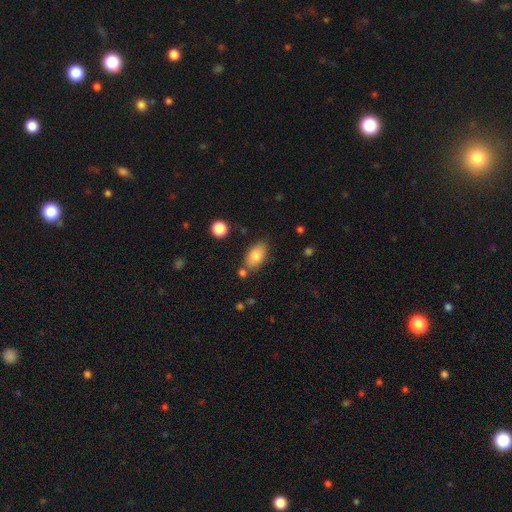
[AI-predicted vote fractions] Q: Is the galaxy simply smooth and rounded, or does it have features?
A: smooth — 81%.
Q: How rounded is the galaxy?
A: in between — 91%.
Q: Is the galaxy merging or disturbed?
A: none — 76%.